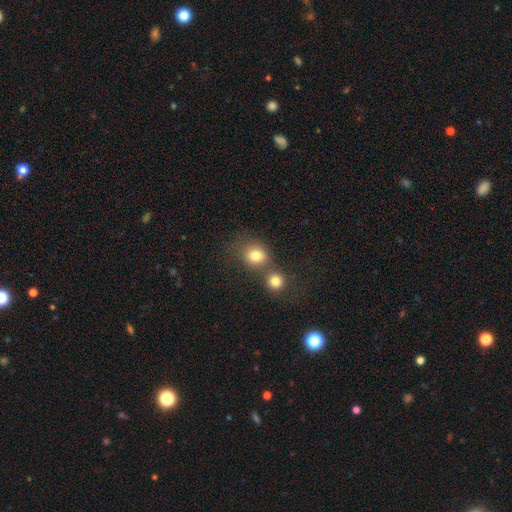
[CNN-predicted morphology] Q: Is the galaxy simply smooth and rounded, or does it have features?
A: smooth — 80%.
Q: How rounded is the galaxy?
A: round — 76%.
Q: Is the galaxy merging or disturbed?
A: none — 45%.